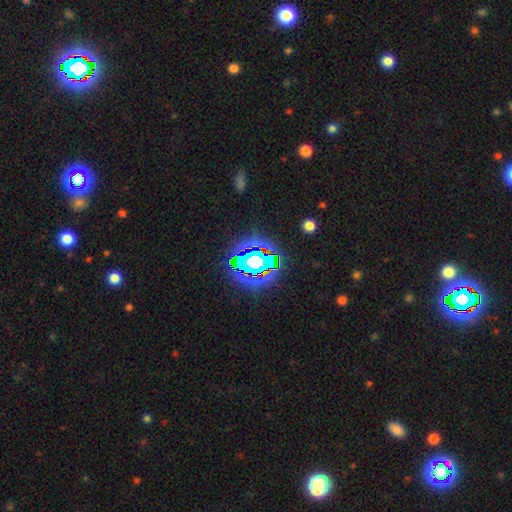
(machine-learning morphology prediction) smooth-or-featured: star or artifact: 83% | smooth: 11% | featured or disk: 7%